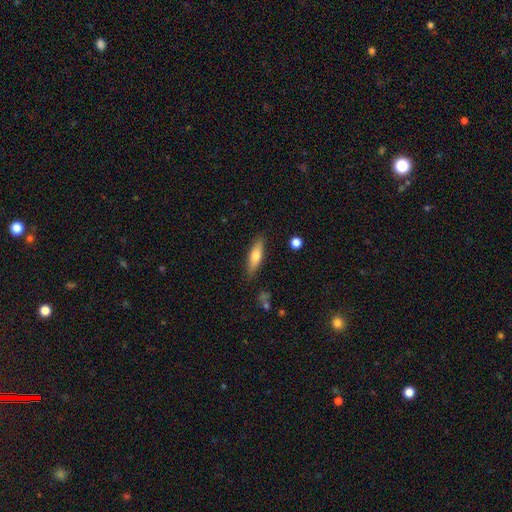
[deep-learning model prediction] A smooth galaxy with no disk features (68%) that is cigar-shaped (66%).

Vote fractions:
- Smooth or featured? smooth: 68% / featured or disk: 26% / star or artifact: 6%
- How rounded? cigar-shaped: 66% / in between: 32% / round: 2%
- Merging? none: 84% / minor disturbance: 11% / major disturbance: 3% / merger: 2%